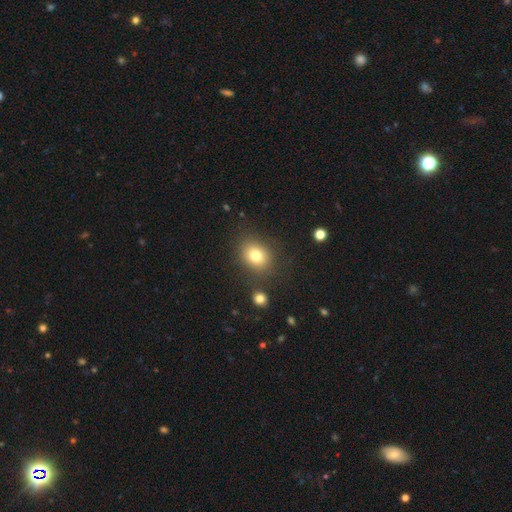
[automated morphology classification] This is likely a smooth galaxy (77%). How rounded: possibly round (52%). Merging: clearly none (80%).